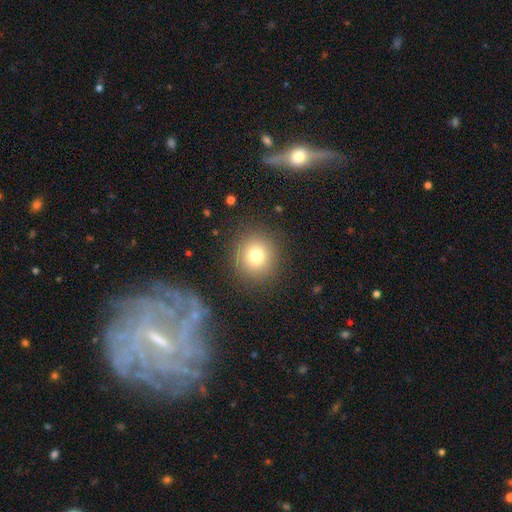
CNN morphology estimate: This appears to be a smooth galaxy with no disk features (77%) that is round (91%). Merging: none (87%).